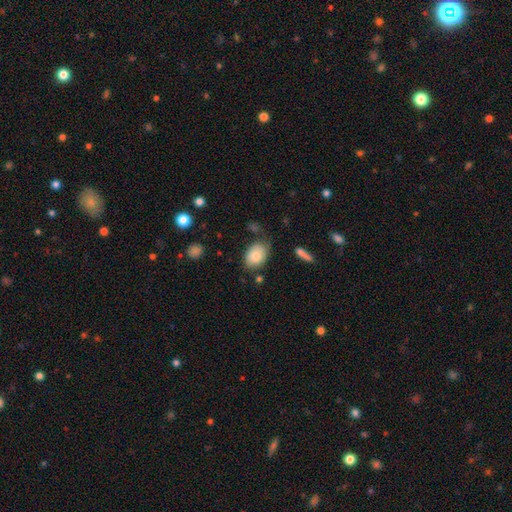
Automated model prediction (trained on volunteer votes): Smooth or featured? Predicted: smooth (p=0.77). How rounded? Predicted: in between (p=0.77). Merging? Predicted: none (p=0.64).